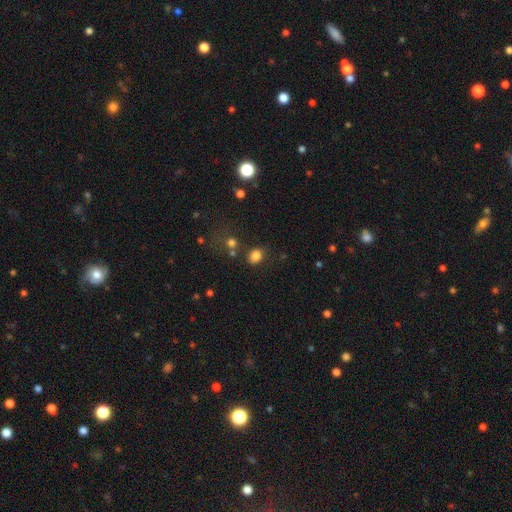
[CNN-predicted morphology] This is clearly a smooth galaxy (82%). How rounded: possibly in between (56%). Merging: likely none (73%).